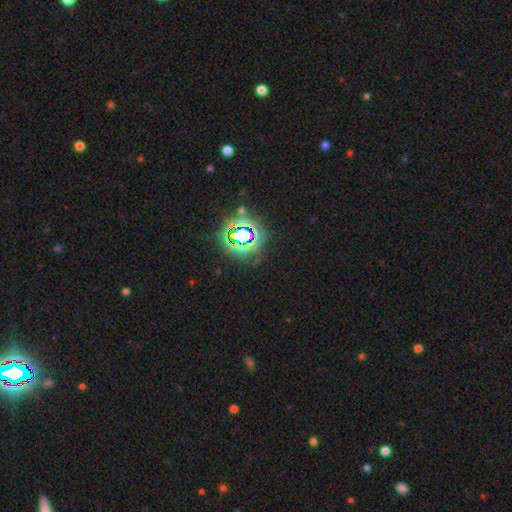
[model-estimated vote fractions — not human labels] Overall: star or artifact (83%).